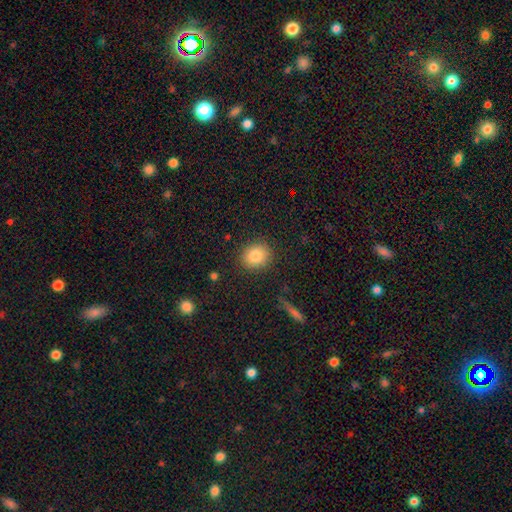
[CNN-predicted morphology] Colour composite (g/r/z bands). It shows a smooth galaxy with no disk features (83%) that is round (72%). Merging: none (87%).